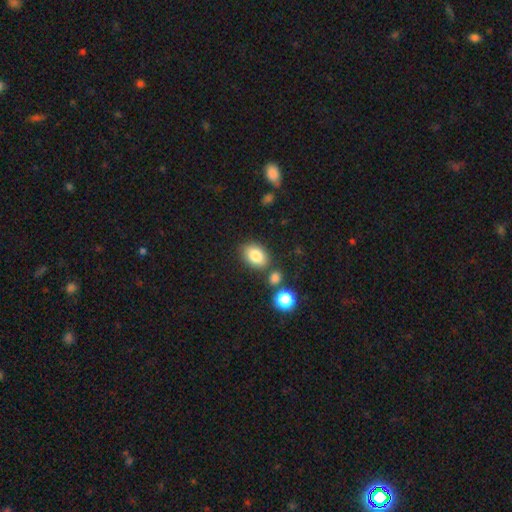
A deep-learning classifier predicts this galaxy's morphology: The model was most divided on "merging": none: 73%, minor disturbance: 13%, merger: 10%, major disturbance: 4%. More confident: smooth or featured — smooth (84%); how rounded — in between (80%).